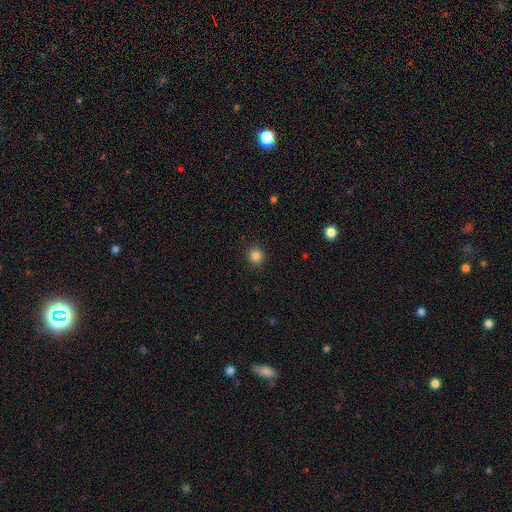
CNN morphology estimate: smooth-or-featured: smooth: 84% | star or artifact: 12% | featured or disk: 4%
  how-rounded: round: 90% | in between: 9% | cigar-shaped: 1%
  merging: none: 91% | minor disturbance: 6% | major disturbance: 2% | merger: 1%